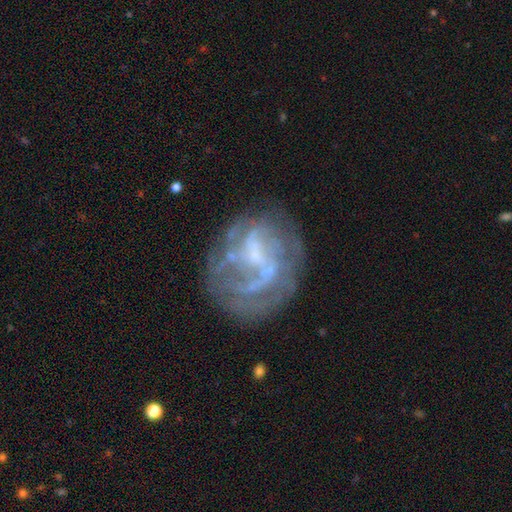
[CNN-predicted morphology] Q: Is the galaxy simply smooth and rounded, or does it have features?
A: featured or disk — 74%.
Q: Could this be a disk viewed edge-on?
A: no — 98%.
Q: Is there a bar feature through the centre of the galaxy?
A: no — 46%.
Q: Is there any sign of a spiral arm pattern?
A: yes — 56%.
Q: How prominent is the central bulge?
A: small — 43%.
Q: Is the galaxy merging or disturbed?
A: none — 54%.